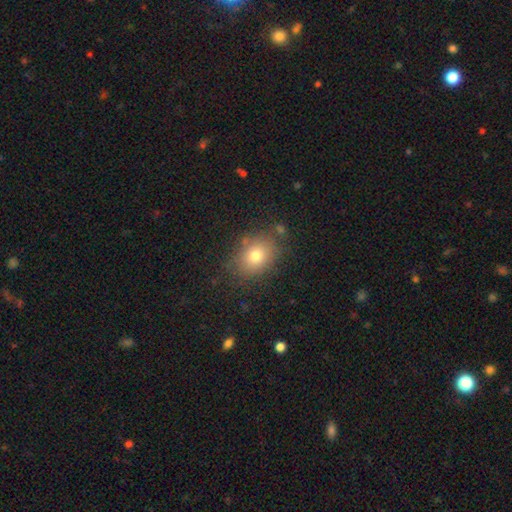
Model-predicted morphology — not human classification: smooth-or-featured: smooth: 76% | star or artifact: 12% | featured or disk: 12%
  how-rounded: in between: 61% | round: 38% | cigar-shaped: 1%
  merging: none: 80% | minor disturbance: 13% | major disturbance: 4% | merger: 3%